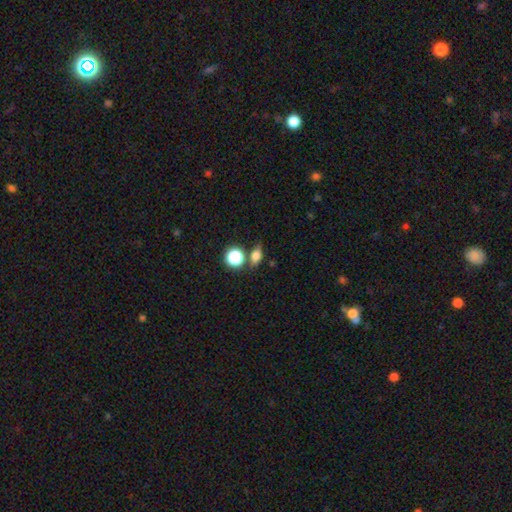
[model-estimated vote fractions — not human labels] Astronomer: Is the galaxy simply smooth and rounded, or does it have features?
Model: smooth — 72%.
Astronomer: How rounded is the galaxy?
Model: in between — 60%.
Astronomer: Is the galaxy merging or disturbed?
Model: none — 67%.